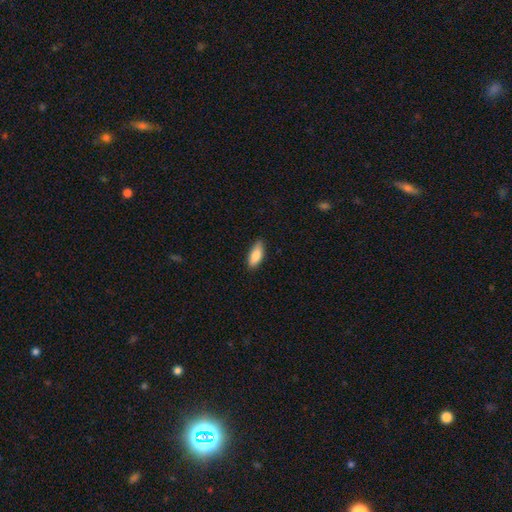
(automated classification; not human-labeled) Overall: smooth (84%). How rounded: in between (78%). Merging: none (83%).